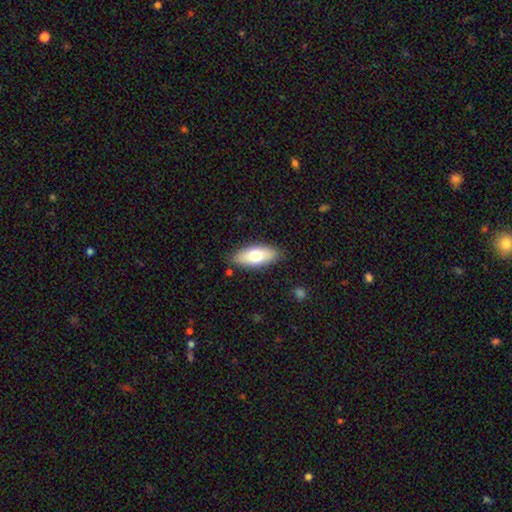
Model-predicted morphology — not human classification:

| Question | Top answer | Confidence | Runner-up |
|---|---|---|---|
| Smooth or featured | smooth | 71% | featured or disk (22%) |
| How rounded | in between | 81% | cigar-shaped (16%) |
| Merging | none | 84% | minor disturbance (12%) |